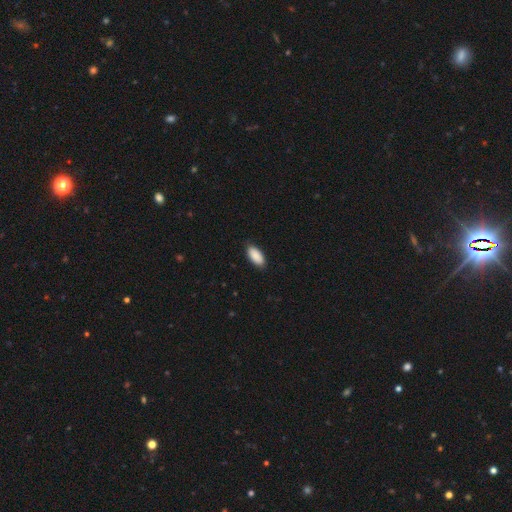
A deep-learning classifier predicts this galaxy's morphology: smooth-or-featured: smooth: 90% | star or artifact: 6% | featured or disk: 4%
  how-rounded: in between: 92% | cigar-shaped: 6% | round: 2%
  merging: none: 87% | minor disturbance: 11% | major disturbance: 2% | merger: 1%